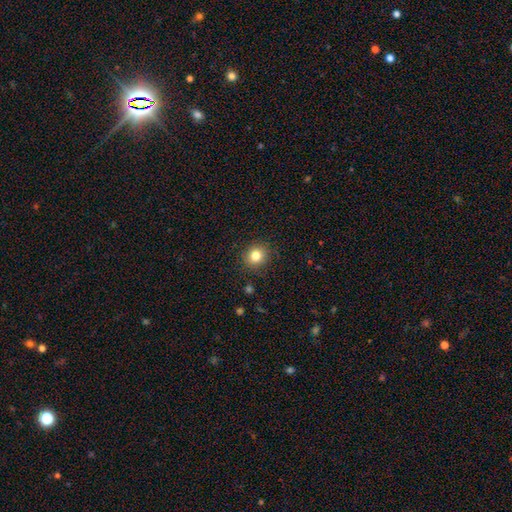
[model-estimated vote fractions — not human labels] Smooth or featured?
  - smooth: 81% *
  - star or artifact: 12%
  - featured or disk: 7%
How rounded?
  - round: 85% *
  - in between: 14%
  - cigar-shaped: 1%
Merging?
  - none: 90% *
  - minor disturbance: 7%
  - major disturbance: 2%
  - merger: 1%